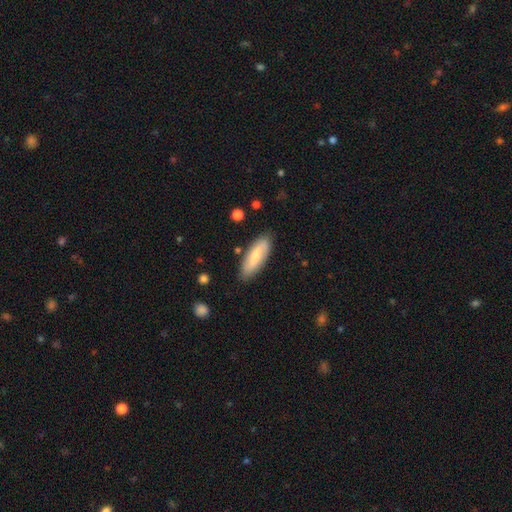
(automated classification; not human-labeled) smooth 67%, featured or disk 28%, star or artifact 5%. Down the decision tree: how rounded — in between (65%); merging — none (83%).